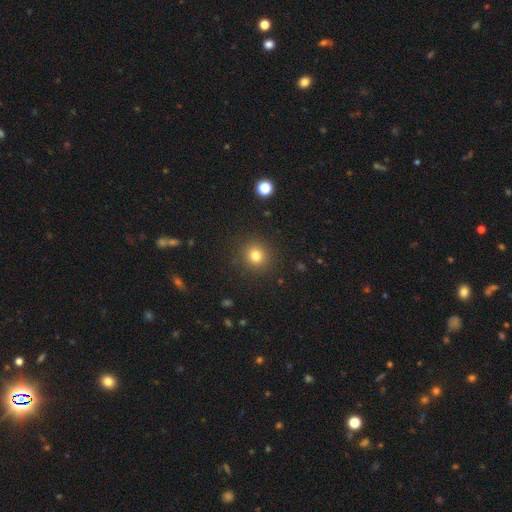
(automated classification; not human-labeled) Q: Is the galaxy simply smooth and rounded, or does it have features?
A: smooth — 80%.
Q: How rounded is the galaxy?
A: round — 90%.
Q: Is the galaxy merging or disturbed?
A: none — 90%.